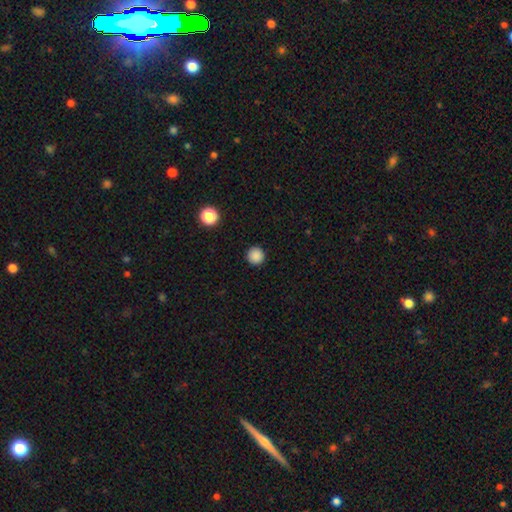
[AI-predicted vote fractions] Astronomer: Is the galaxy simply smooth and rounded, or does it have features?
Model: smooth — 87%.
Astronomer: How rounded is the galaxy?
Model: round — 96%.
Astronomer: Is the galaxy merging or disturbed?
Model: none — 93%.